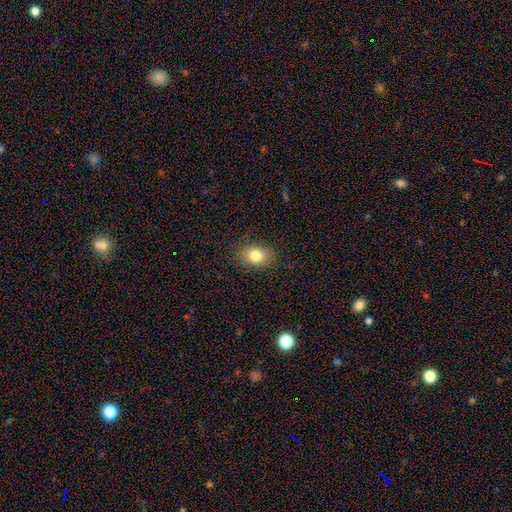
Overall: smooth (82%). How rounded: in between (64%; round 36%). Merging: none (83%).